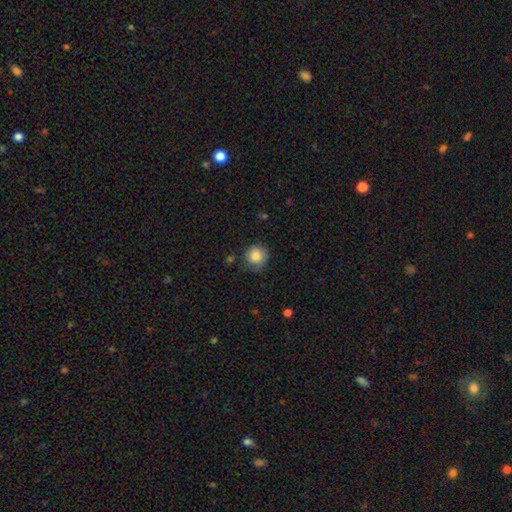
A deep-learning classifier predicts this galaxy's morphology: smooth-or-featured: smooth: 86% | star or artifact: 9% | featured or disk: 5%
  how-rounded: round: 92% | in between: 7% | cigar-shaped: 1%
  merging: none: 77% | minor disturbance: 17% | major disturbance: 4% | merger: 2%